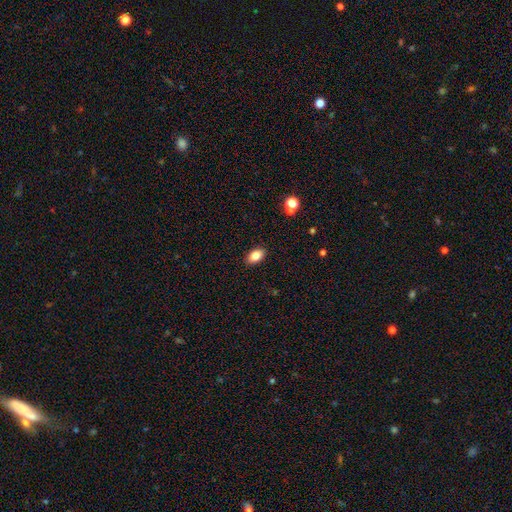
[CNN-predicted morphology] A smooth galaxy with no disk features (85%) that is in between round and cigar-shaped (92%). Merging: none (88%).